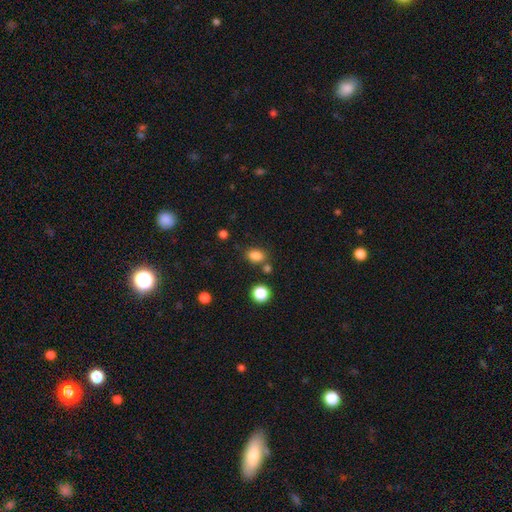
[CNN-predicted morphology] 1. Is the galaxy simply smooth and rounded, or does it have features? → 83% smooth, 12% star or artifact, 5% featured or disk.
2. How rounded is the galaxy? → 70% in between, 29% round, 1% cigar-shaped.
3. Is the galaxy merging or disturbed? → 74% none, 12% minor disturbance, 10% merger, 4% major disturbance.